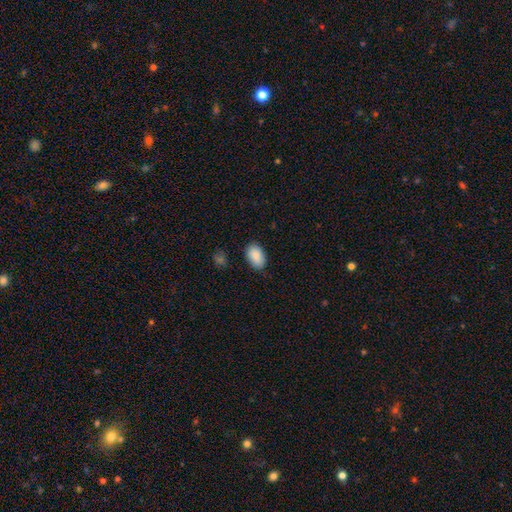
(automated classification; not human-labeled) Q: Smooth or featured?
A: smooth (89%); runner-up: star or artifact (7%)
Q: How rounded?
A: in between (92%); runner-up: round (7%)
Q: Merging?
A: none (84%); runner-up: minor disturbance (12%)